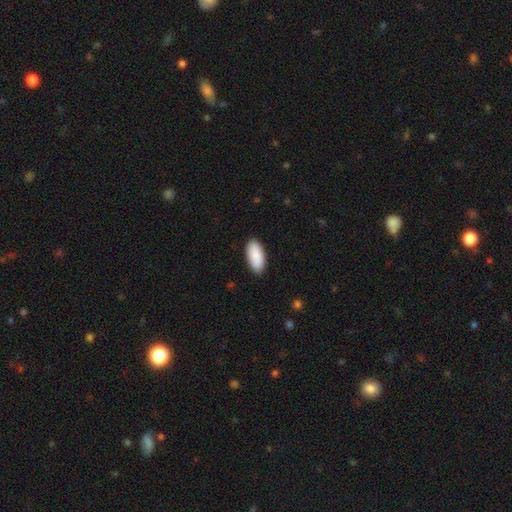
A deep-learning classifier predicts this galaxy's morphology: smooth-or-featured: smooth: 89% | star or artifact: 5% | featured or disk: 5%
  how-rounded: in between: 92% | cigar-shaped: 6% | round: 2%
  merging: none: 88% | minor disturbance: 9% | major disturbance: 2% | merger: 1%